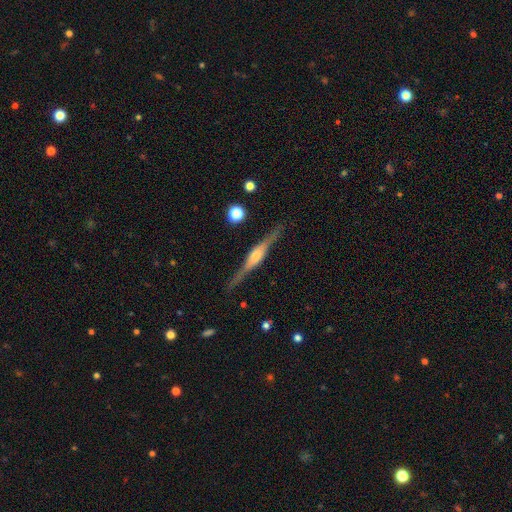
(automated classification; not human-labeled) A featured or disk galaxy (82%) viewed edge-on (98%) with a rounded central bulge (78%). Merging: none (86%).